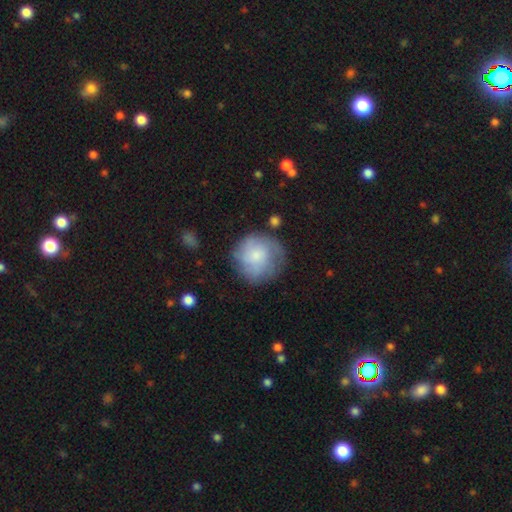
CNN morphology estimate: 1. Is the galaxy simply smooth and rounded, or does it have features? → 55% smooth, 38% featured or disk, 8% star or artifact.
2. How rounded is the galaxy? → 89% round, 10% in between, 1% cigar-shaped.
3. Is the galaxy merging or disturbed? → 64% none, 22% minor disturbance, 12% major disturbance, 3% merger.